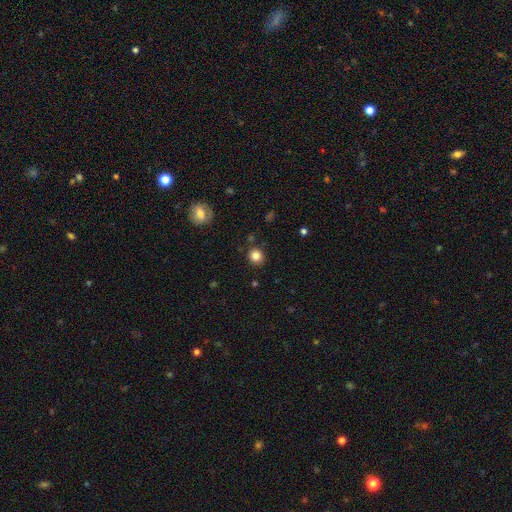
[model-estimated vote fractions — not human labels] The model was most divided on "smooth or featured": smooth: 84%, star or artifact: 11%, featured or disk: 5%. More confident: how rounded — round (88%); merging — none (88%).